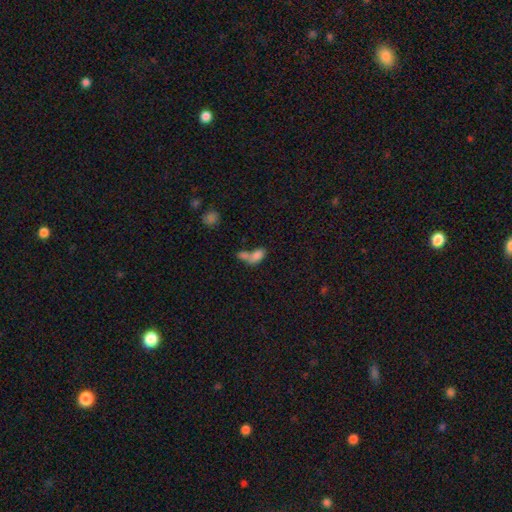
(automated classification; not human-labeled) Smooth or featured: smooth — 76% (featured or disk — 14%)
How rounded: in between — 85% (round — 10%)
Merging: merger — 65% (none — 19%)